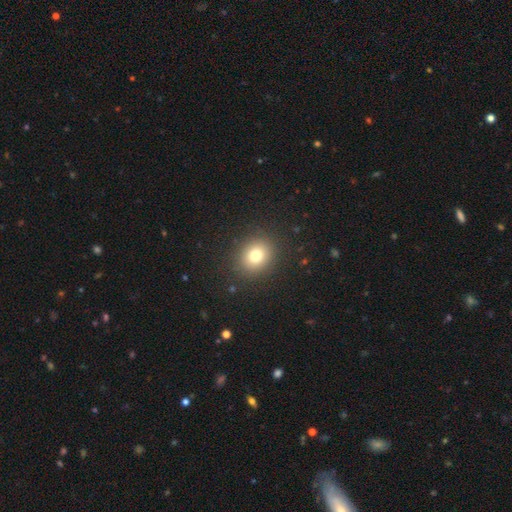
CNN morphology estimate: Smooth or featured? smooth (77%)
How rounded? round (72%)
Merging? none (89%)